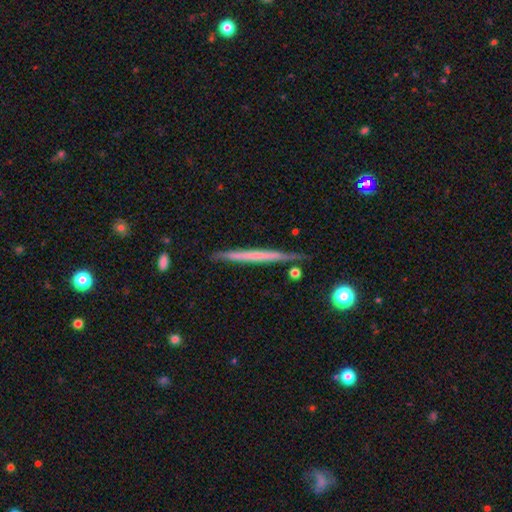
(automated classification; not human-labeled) Q: Smooth or featured?
A: featured or disk (50%); runner-up: smooth (44%)
Q: Edge-on disk?
A: yes (97%); runner-up: no (3%)
Q: Merging?
A: none (86%); runner-up: minor disturbance (10%)